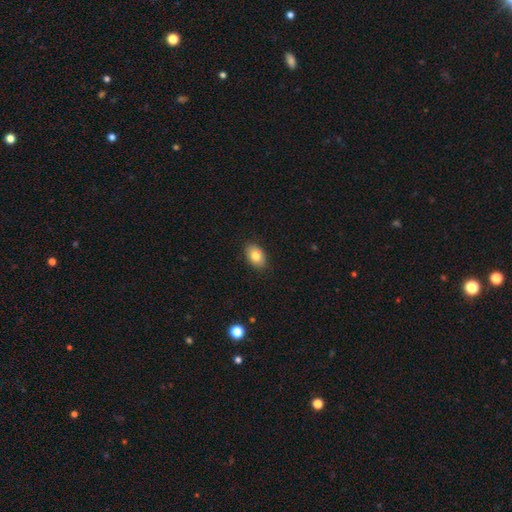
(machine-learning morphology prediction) smooth_or_featured: smooth (p=0.82) [alt: featured or disk p=0.11]
how_rounded: in between (p=0.86) [alt: round p=0.12]
merging: none (p=0.87) [alt: minor disturbance p=0.10]